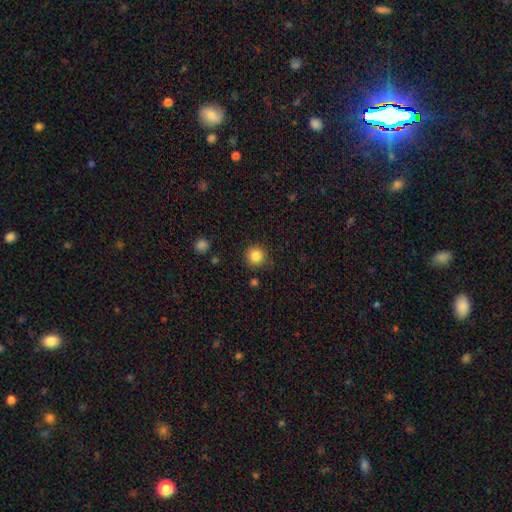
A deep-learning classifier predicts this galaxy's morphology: Smooth or featured? Predicted: smooth (p=0.85). How rounded? Predicted: round (p=0.94). Merging? Predicted: none (p=0.87).